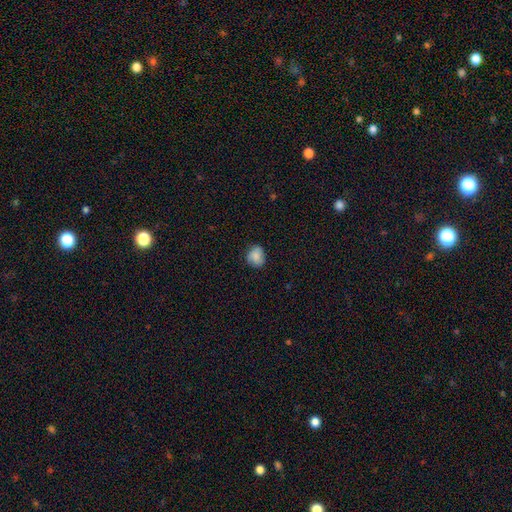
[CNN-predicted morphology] This appears to be a smooth galaxy with no disk features (80%) that is round (66%). Merging: none (74%).